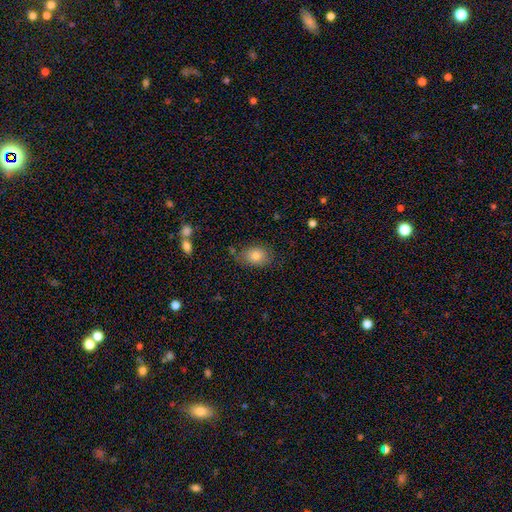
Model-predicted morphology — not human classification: smooth-or-featured: smooth: 80% | featured or disk: 10% | star or artifact: 9%
  how-rounded: in between: 69% | round: 30% | cigar-shaped: 1%
  merging: none: 74% | minor disturbance: 18% | major disturbance: 4% | merger: 3%